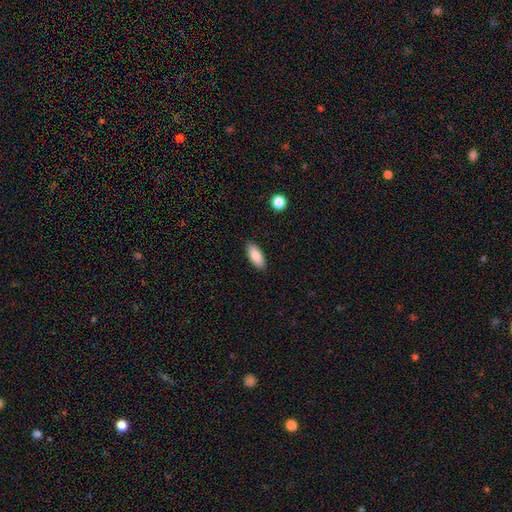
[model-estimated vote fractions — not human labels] This is clearly a smooth galaxy (85%). How rounded: clearly in between (84%). Merging: clearly none (88%).